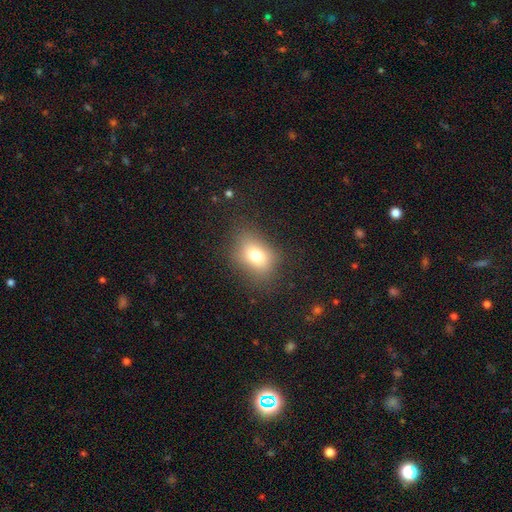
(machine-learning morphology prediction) type=smooth (74%); roundness=in between (65%); merging=none (75%).